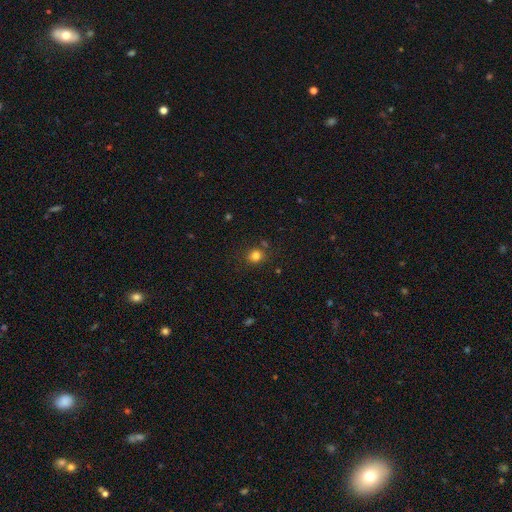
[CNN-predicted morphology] This is clearly a smooth galaxy (80%). How rounded: likely round (78%). Merging: clearly none (80%).